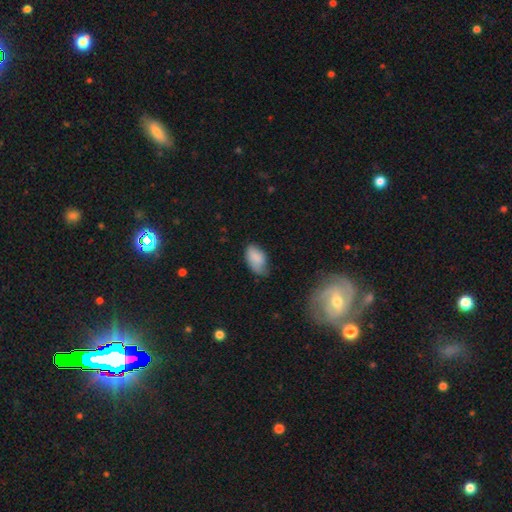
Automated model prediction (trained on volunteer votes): This is clearly a smooth galaxy (84%). How rounded: clearly in between (94%). Merging: possibly none (53%).